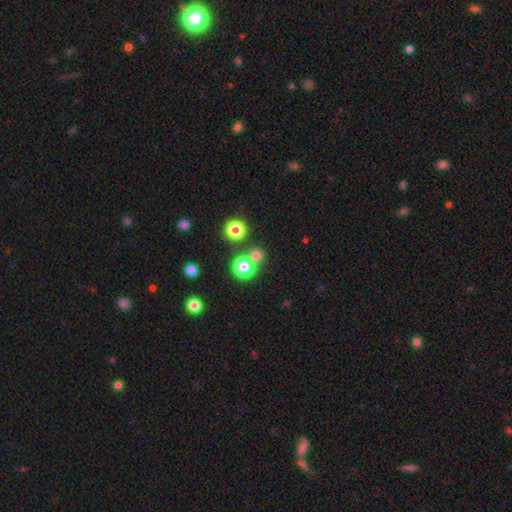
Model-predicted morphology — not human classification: smooth_or_featured: smooth (p=0.71) [alt: star or artifact p=0.22]
how_rounded: round (p=0.90) [alt: in between p=0.09]
merging: none (p=0.65) [alt: merger p=0.26]